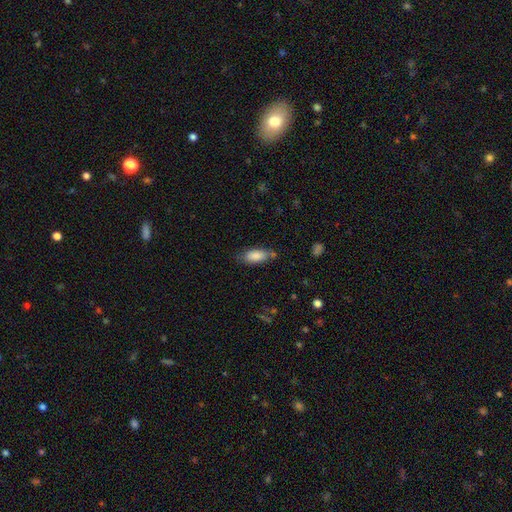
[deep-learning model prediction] Smooth or featured: smooth — 84% (featured or disk — 9%)
How rounded: in between — 83% (cigar-shaped — 15%)
Merging: none — 64% (minor disturbance — 24%)